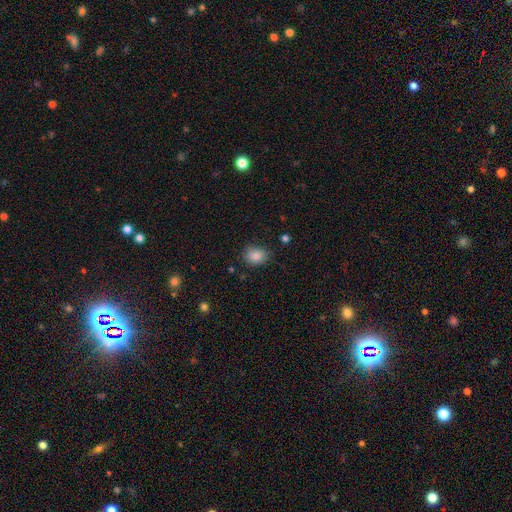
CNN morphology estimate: A smooth galaxy with no disk features (87%) that is in between round and cigar-shaped (58%).

Vote fractions:
- Smooth or featured? smooth: 87% / star or artifact: 9% / featured or disk: 4%
- How rounded? in between: 58% / round: 41% / cigar-shaped: 1%
- Merging? none: 77% / minor disturbance: 18% / major disturbance: 4% / merger: 2%